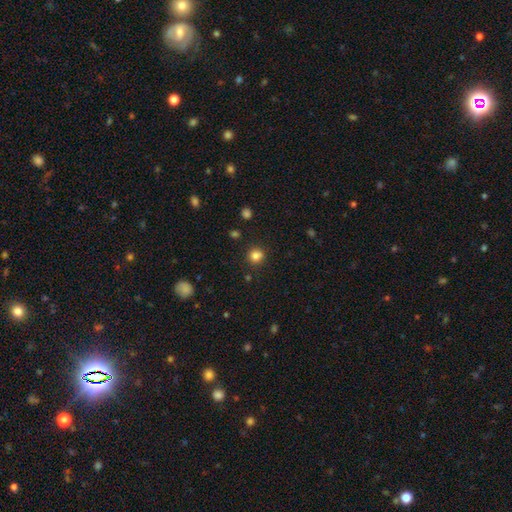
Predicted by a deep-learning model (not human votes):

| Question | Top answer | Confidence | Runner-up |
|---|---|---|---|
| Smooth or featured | smooth | 82% | star or artifact (13%) |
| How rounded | round | 87% | in between (12%) |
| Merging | none | 84% | minor disturbance (9%) |